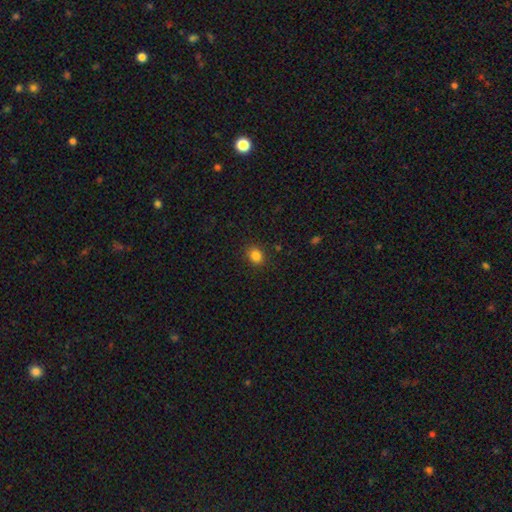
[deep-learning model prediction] smooth-or-featured: smooth: 84% | star or artifact: 11% | featured or disk: 5%
  how-rounded: round: 61% | in between: 38% | cigar-shaped: 1%
  merging: none: 89% | minor disturbance: 8% | major disturbance: 2% | merger: 1%